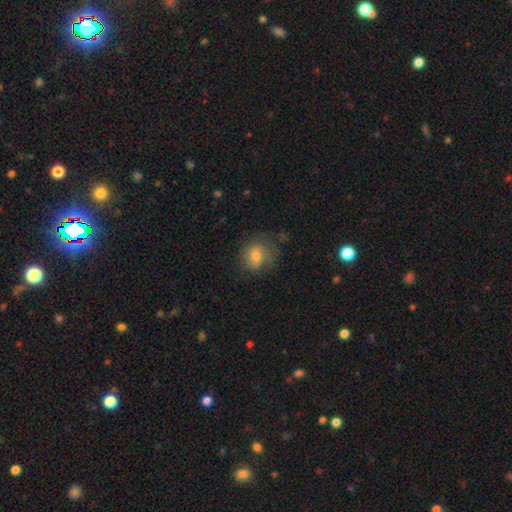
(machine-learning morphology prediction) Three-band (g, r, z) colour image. It shows a smooth galaxy with no disk features (66%) that is round (68%). Merging: none (55%).